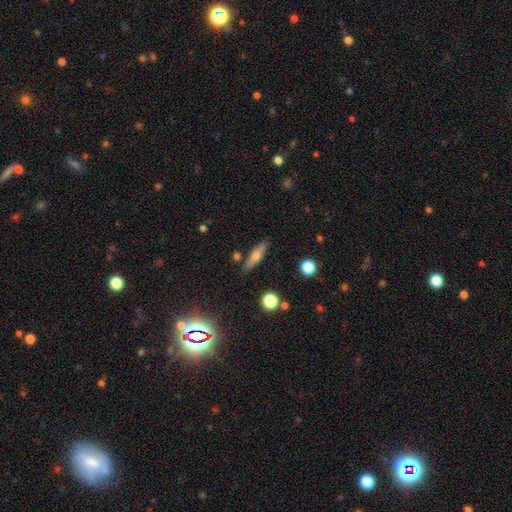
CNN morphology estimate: The model was most divided on "smooth or featured": smooth: 57%, featured or disk: 34%, star or artifact: 9%. More confident: merging — none (82%); how rounded — cigar-shaped (64%).